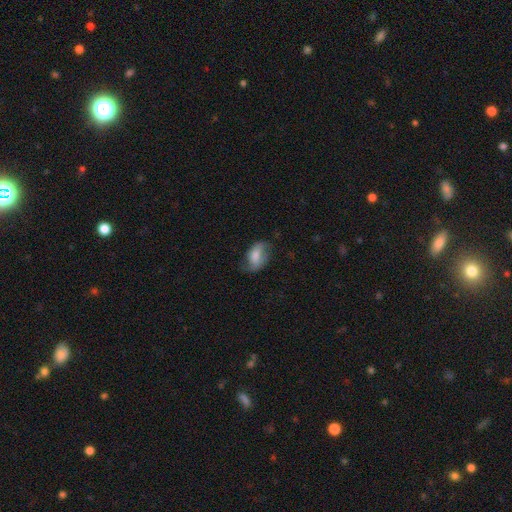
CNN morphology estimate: This appears to be a smooth galaxy with no disk features (54%) that is in between round and cigar-shaped (87%). Merging: none (59%).